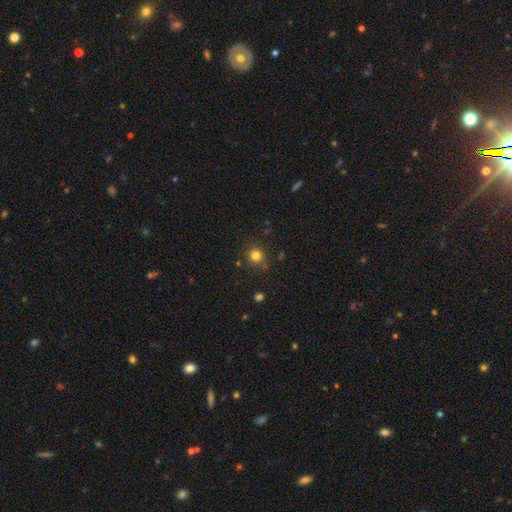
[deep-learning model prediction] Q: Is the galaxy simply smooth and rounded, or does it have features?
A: smooth — 80%.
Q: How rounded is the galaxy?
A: round — 91%.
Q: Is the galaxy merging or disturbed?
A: none — 83%.